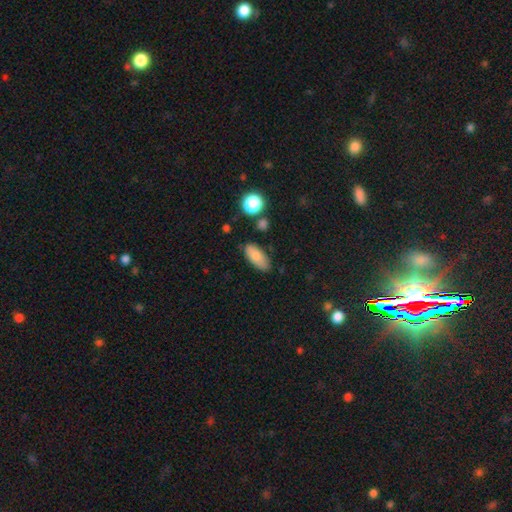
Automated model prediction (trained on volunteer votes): Smooth or featured? smooth (80%)
How rounded? in between (84%)
Merging? none (78%)